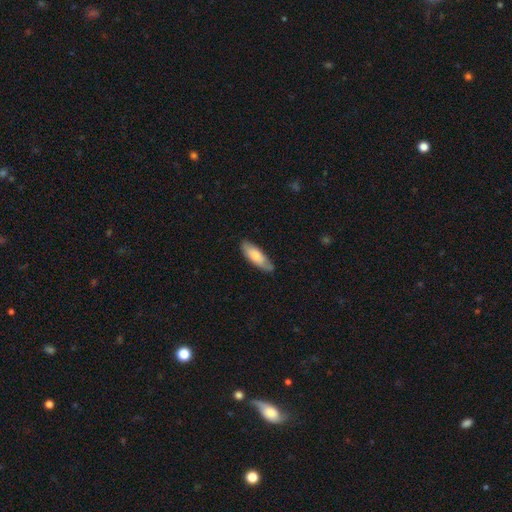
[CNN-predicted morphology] smooth-or-featured: smooth: 72% | featured or disk: 22% | star or artifact: 6%
  how-rounded: in between: 62% | cigar-shaped: 37% | round: 2%
  merging: none: 75% | minor disturbance: 20% | major disturbance: 4% | merger: 1%